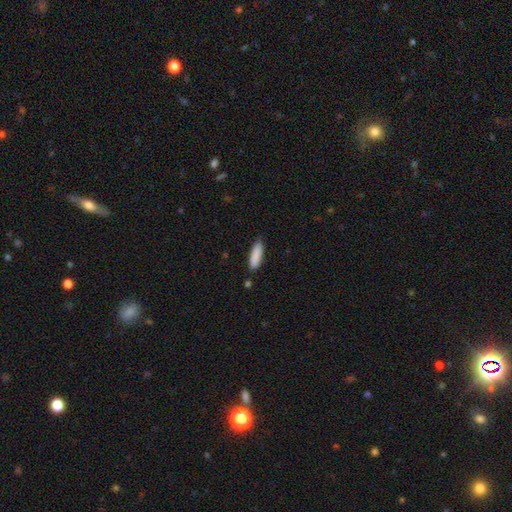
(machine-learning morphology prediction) Overall: smooth (88%). How rounded: cigar-shaped (56%; in between 42%). Merging: none (78%).